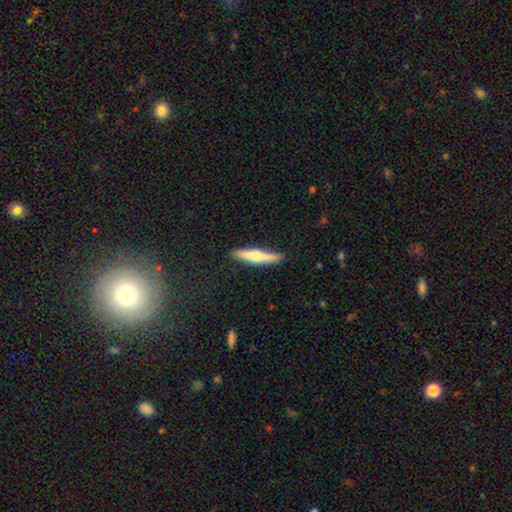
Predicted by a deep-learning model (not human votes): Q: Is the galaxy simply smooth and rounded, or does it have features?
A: smooth — 55%.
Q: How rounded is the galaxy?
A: cigar-shaped — 89%.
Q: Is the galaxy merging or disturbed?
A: none — 88%.